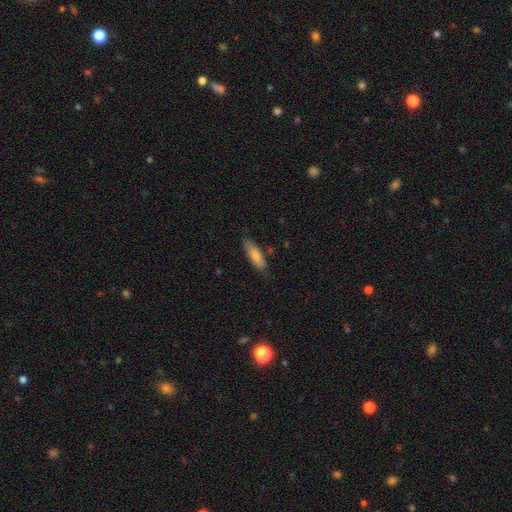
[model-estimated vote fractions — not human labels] Smooth or featured?
  - smooth: 78% *
  - featured or disk: 17%
  - star or artifact: 6%
How rounded?
  - cigar-shaped: 55% *
  - in between: 44%
  - round: 2%
Merging?
  - none: 80% *
  - minor disturbance: 16%
  - major disturbance: 3%
  - merger: 2%